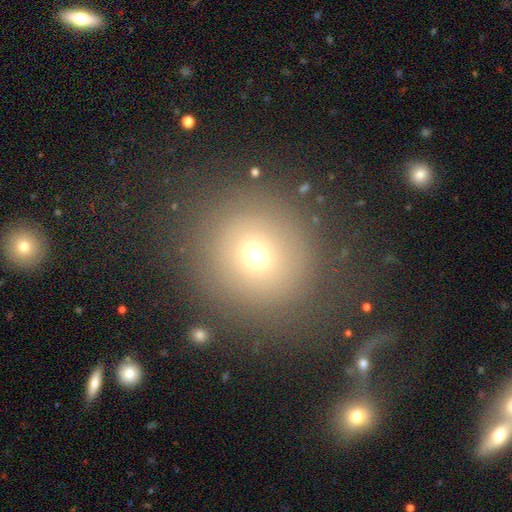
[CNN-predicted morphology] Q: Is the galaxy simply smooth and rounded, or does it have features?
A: smooth — 64%.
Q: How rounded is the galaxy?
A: round — 89%.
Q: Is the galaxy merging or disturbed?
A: none — 79%.